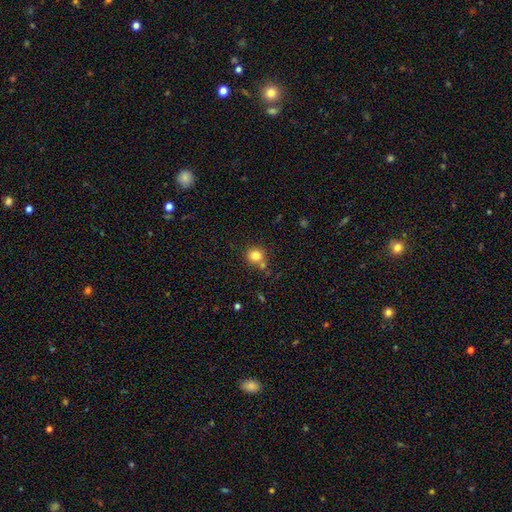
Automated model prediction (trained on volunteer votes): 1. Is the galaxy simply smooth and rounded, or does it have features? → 81% smooth, 12% star or artifact, 7% featured or disk.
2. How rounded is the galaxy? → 88% round, 11% in between, 1% cigar-shaped.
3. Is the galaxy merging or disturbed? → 69% none, 16% merger, 12% minor disturbance, 4% major disturbance.